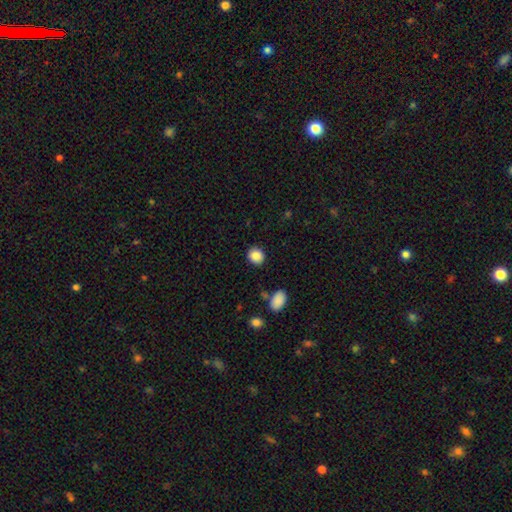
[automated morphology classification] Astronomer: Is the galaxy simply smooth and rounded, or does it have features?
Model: smooth — 87%.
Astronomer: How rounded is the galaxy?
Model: round — 74%.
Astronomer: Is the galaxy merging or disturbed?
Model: none — 88%.